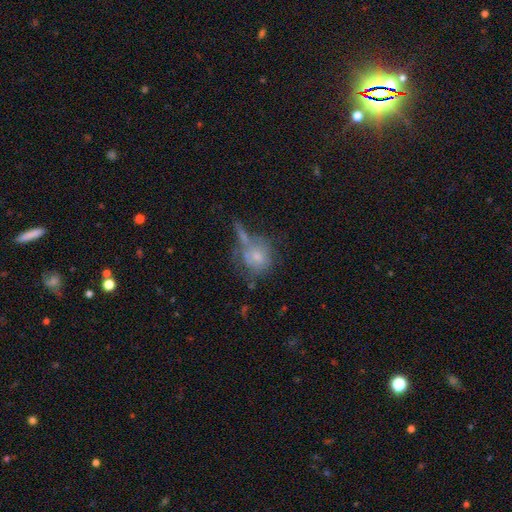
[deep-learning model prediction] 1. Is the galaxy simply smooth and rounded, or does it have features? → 59% smooth, 29% featured or disk, 12% star or artifact.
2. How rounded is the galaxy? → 77% round, 21% in between, 2% cigar-shaped.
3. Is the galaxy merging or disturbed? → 42% none, 23% merger, 19% minor disturbance, 15% major disturbance.